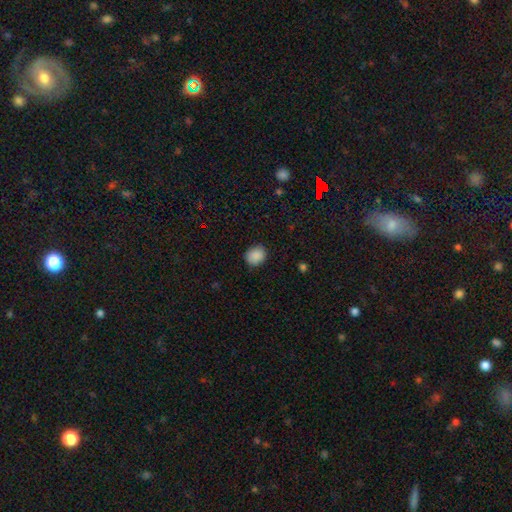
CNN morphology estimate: Smooth or featured? smooth (89%)
How rounded? round (68%)
Merging? none (87%)